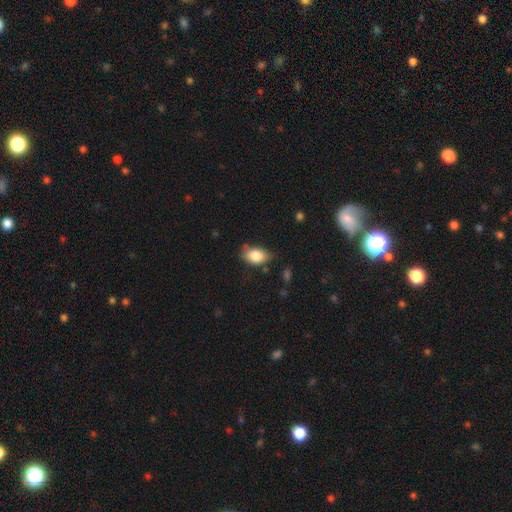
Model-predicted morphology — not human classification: smooth_or_featured: smooth (p=0.84) [alt: featured or disk p=0.09]
how_rounded: in between (p=0.88) [alt: round p=0.11]
merging: none (p=0.69) [alt: minor disturbance p=0.24]